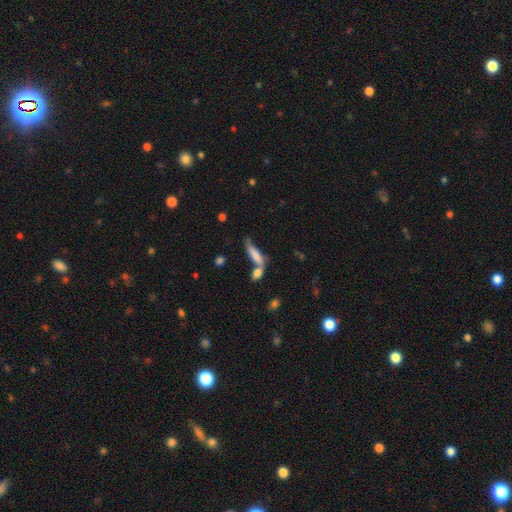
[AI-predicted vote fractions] Smooth or featured?
  - smooth: 72% *
  - featured or disk: 20%
  - star or artifact: 8%
How rounded?
  - cigar-shaped: 63% *
  - in between: 34%
  - round: 3%
Merging?
  - merger: 42% *
  - none: 36%
  - minor disturbance: 14%
  - major disturbance: 8%